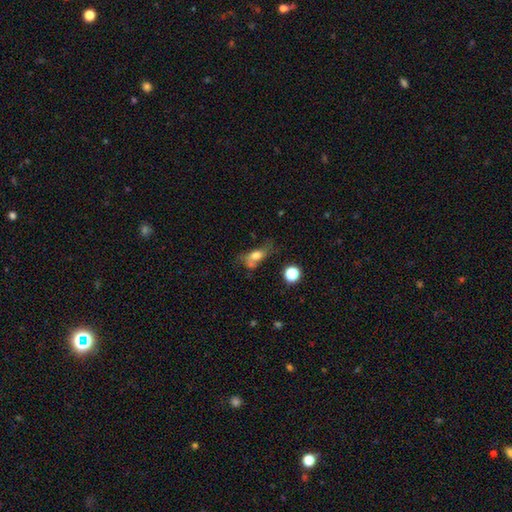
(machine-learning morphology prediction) Smooth or featured? smooth (63%)
How rounded? in between (72%)
Merging? none (36%)